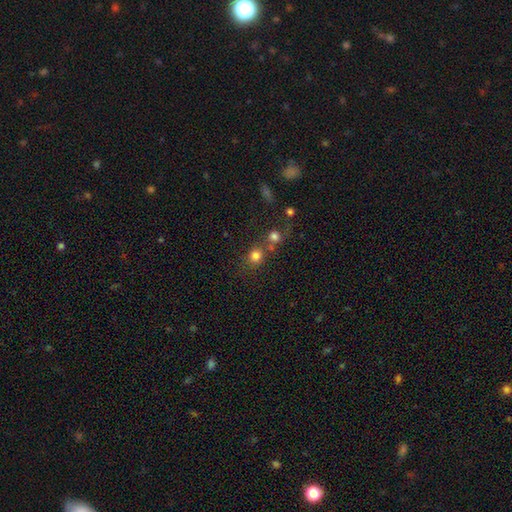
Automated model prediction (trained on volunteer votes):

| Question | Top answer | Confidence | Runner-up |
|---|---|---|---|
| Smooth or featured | smooth | 78% | star or artifact (14%) |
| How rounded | round | 85% | in between (14%) |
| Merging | none | 58% | merger (29%) |